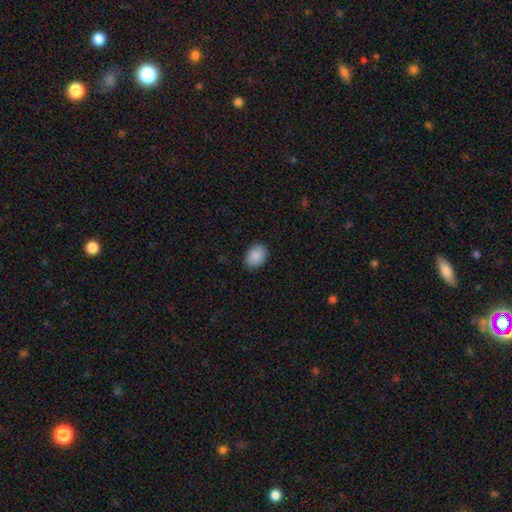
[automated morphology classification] This appears to be a smooth galaxy with no disk features (89%) that is in between round and cigar-shaped (71%). Merging: none (85%).